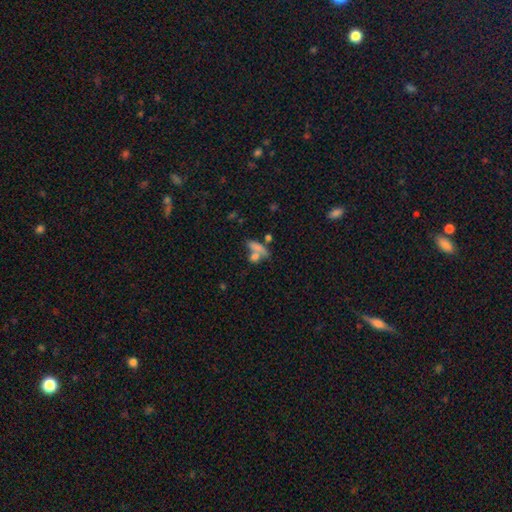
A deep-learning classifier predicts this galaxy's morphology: Q: Smooth or featured?
A: smooth (71%); runner-up: featured or disk (17%)
Q: How rounded?
A: in between (53%); runner-up: cigar-shaped (33%)
Q: Merging?
A: merger (46%); runner-up: none (36%)